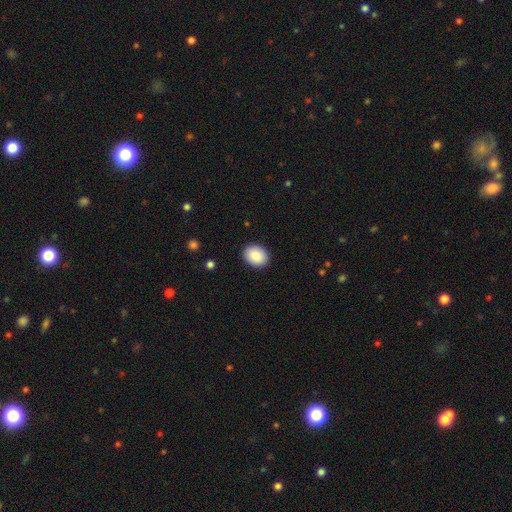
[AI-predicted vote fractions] Smooth or featured? smooth (89%)
How rounded? in between (61%)
Merging? none (90%)